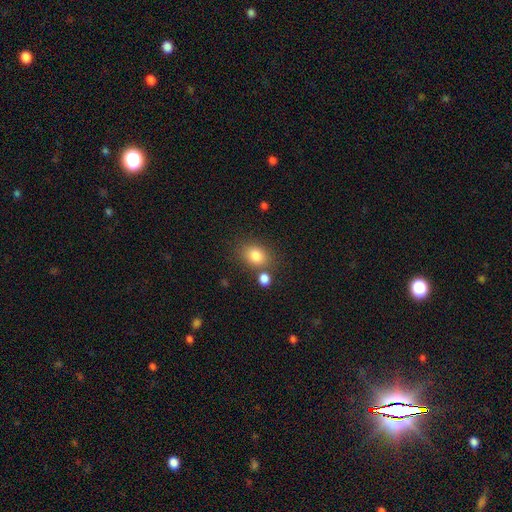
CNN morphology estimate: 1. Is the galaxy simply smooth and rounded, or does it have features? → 82% smooth, 10% star or artifact, 7% featured or disk.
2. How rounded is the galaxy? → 58% in between, 41% round, 1% cigar-shaped.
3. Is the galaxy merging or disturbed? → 70% none, 13% merger, 13% minor disturbance, 4% major disturbance.